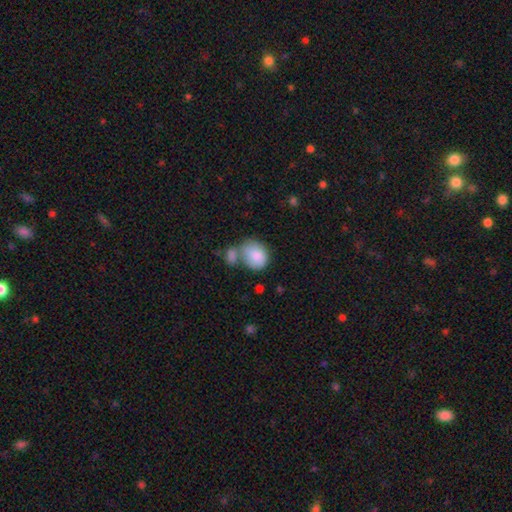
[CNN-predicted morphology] Q: Smooth or featured?
A: smooth (84%); runner-up: featured or disk (10%)
Q: How rounded?
A: round (50%); runner-up: in between (49%)
Q: Merging?
A: merger (43%); runner-up: none (33%)